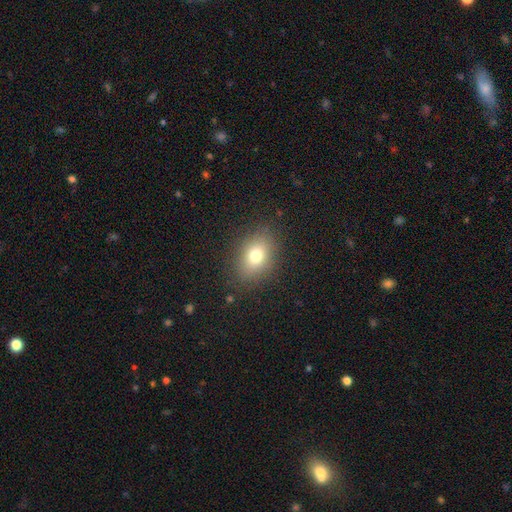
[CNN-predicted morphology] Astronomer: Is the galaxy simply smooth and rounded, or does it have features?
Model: smooth — 76%.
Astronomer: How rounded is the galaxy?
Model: in between — 72%.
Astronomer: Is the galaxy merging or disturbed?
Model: none — 85%.